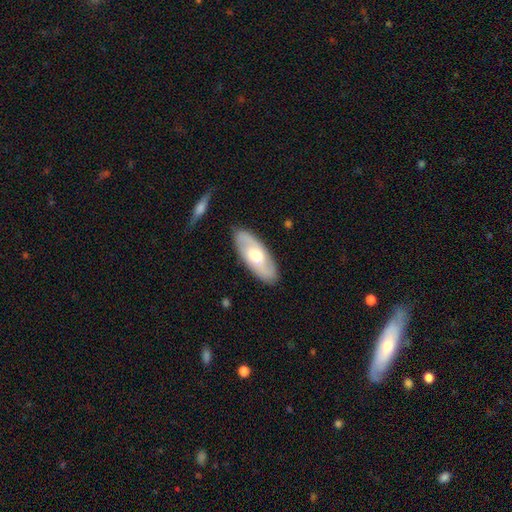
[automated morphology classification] A featured or disk galaxy (54%). Merging: none (87%).